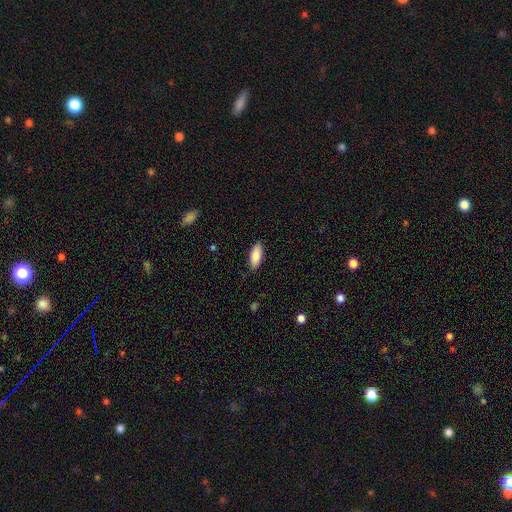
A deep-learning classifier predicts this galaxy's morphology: Smooth or featured? smooth (87%)
How rounded? in between (80%)
Merging? none (88%)